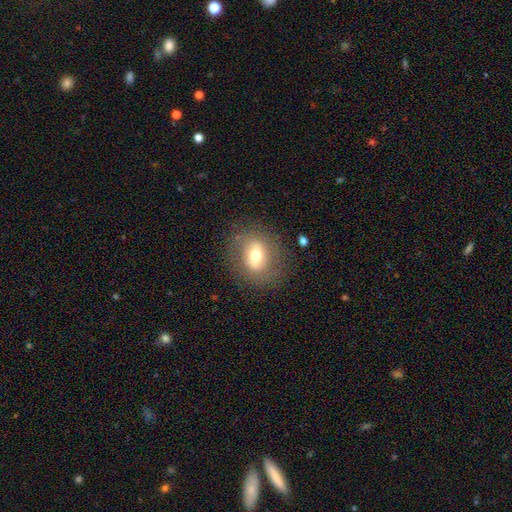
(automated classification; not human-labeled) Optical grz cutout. It shows a smooth galaxy with no disk features (53%) that is round (55%). Merging: none (79%).